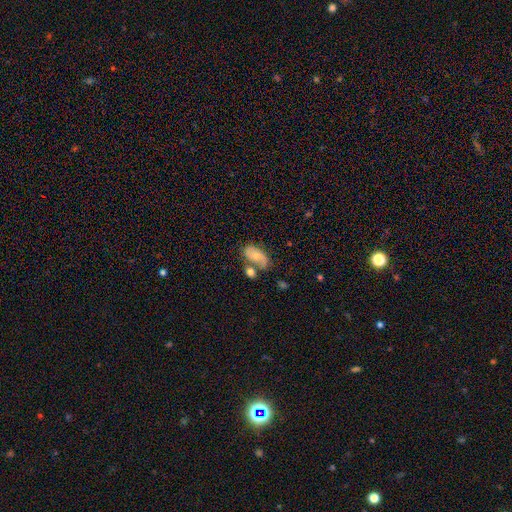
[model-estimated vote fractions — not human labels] smooth 65%, featured or disk 27%, star or artifact 8%. Down the decision tree: how rounded — in between (91%); merging — none (46%).